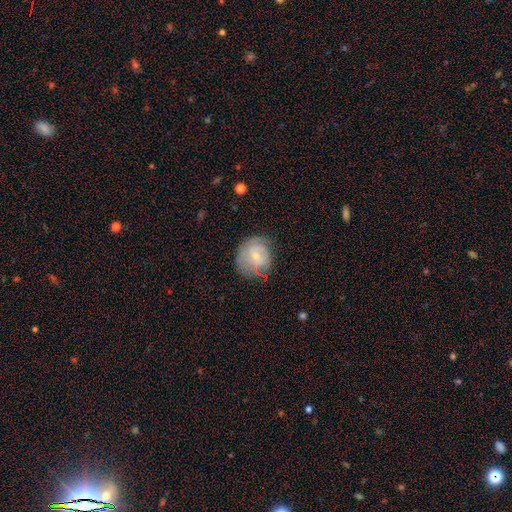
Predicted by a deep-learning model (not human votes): Overall: smooth (49%; featured or disk 43%). Merging: none (61%; minor disturbance 26%).